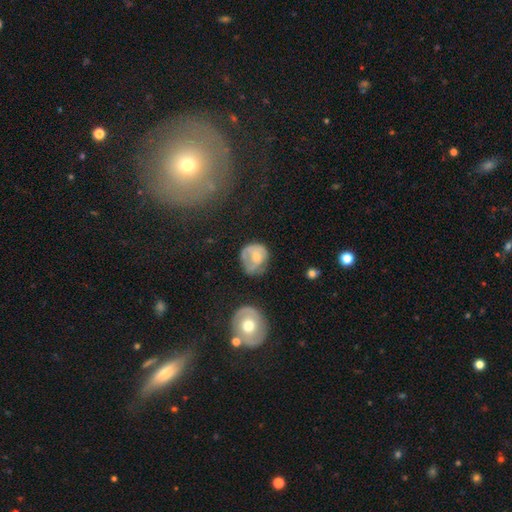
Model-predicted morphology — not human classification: A smooth galaxy with no disk features (54%) that is round (68%).

Vote fractions:
- Smooth or featured? smooth: 54% / featured or disk: 37% / star or artifact: 9%
- How rounded? round: 68% / in between: 31% / cigar-shaped: 1%
- Merging? none: 38% / minor disturbance: 32% / major disturbance: 27% / merger: 4%